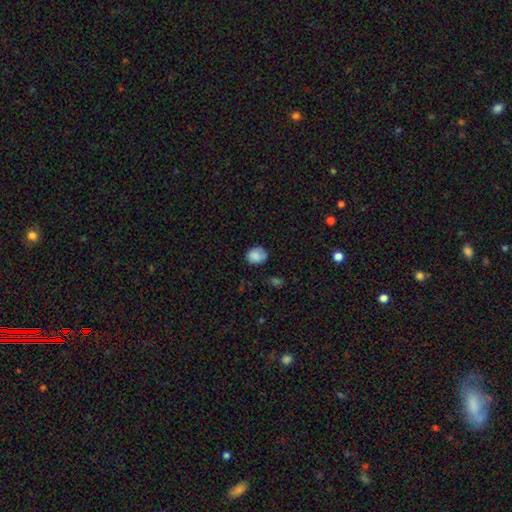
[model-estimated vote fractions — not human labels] Smooth or featured?
  - smooth: 84% *
  - star or artifact: 8%
  - featured or disk: 7%
How rounded?
  - round: 54% *
  - in between: 45%
  - cigar-shaped: 1%
Merging?
  - none: 71% *
  - minor disturbance: 23%
  - major disturbance: 4%
  - merger: 2%